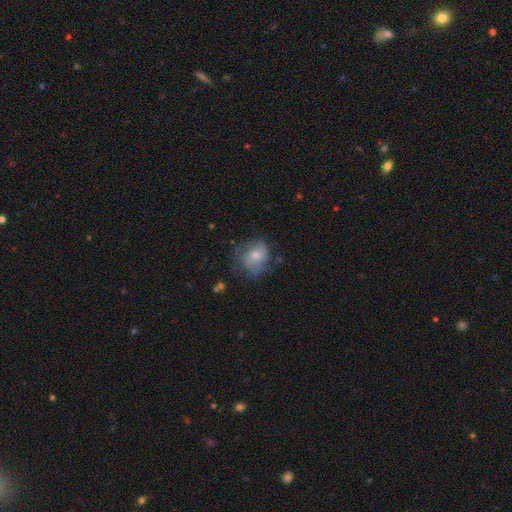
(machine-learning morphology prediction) smooth 52%, featured or disk 40%, star or artifact 8%. Down the decision tree: how rounded — round (64%); merging — none (53%).